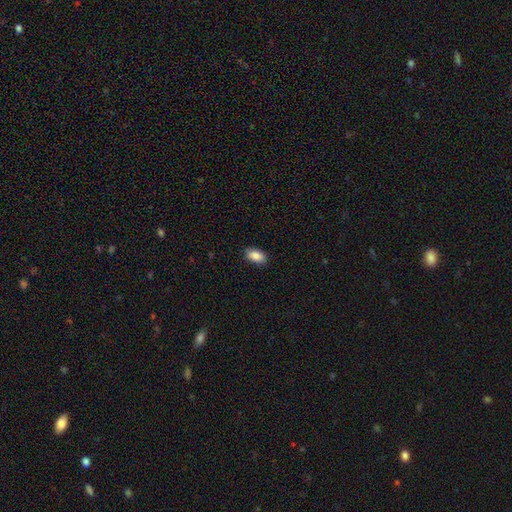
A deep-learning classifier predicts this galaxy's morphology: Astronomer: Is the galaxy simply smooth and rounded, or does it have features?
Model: smooth — 88%.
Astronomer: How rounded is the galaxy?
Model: in between — 93%.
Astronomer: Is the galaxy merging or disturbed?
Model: none — 88%.